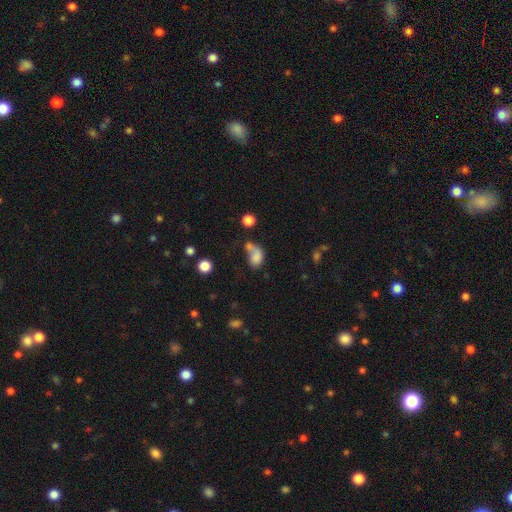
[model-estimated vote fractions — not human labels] A smooth galaxy with no disk features (75%) that is in between round and cigar-shaped (77%). Merging: merger (44%).